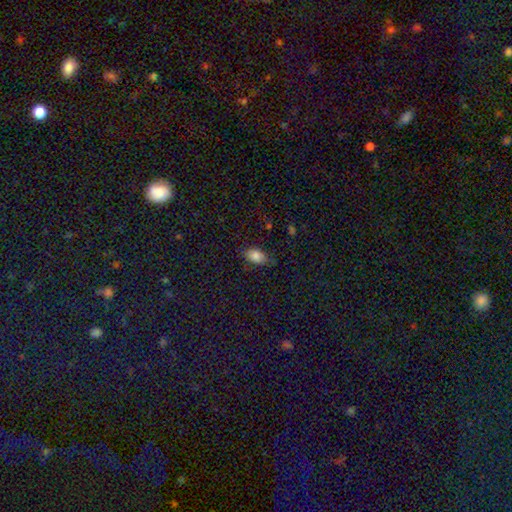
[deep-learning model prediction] Overall: smooth (83%). How rounded: in between (90%). Merging: none (77%).